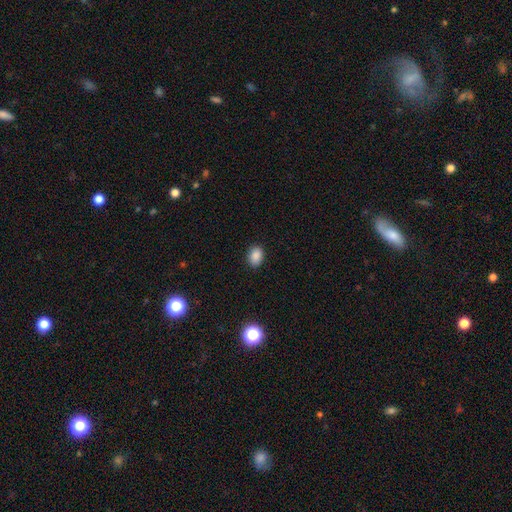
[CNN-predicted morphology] smooth 87%, star or artifact 10%, featured or disk 4%. Down the decision tree: how rounded — in between (70%); merging — none (87%).